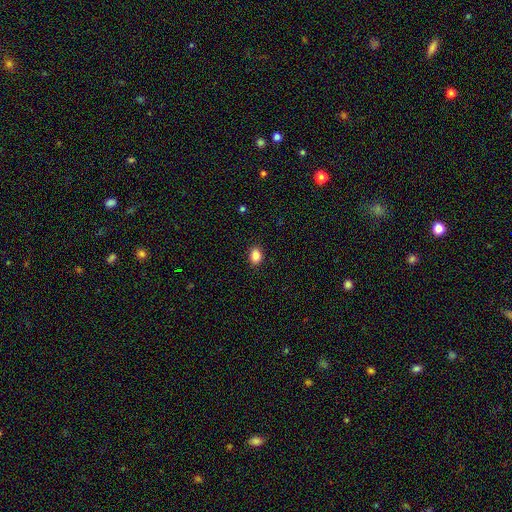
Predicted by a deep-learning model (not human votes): smooth 85%, star or artifact 10%, featured or disk 5%. Down the decision tree: how rounded — in between (66%); merging — none (90%).